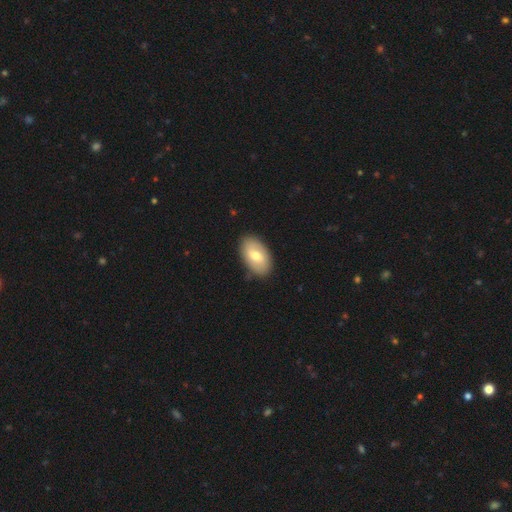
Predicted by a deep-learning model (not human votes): smooth-or-featured: smooth: 62% | featured or disk: 32% | star or artifact: 6%
  how-rounded: in between: 93% | round: 5% | cigar-shaped: 2%
  merging: none: 86% | minor disturbance: 10% | major disturbance: 2% | merger: 1%